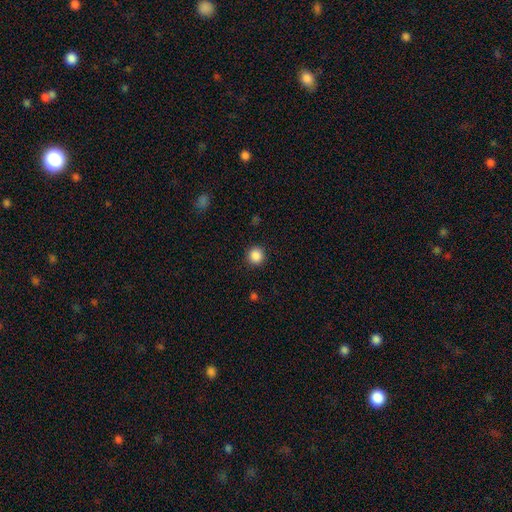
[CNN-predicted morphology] This is clearly a smooth galaxy (87%). How rounded: clearly round (94%). Merging: clearly none (91%).